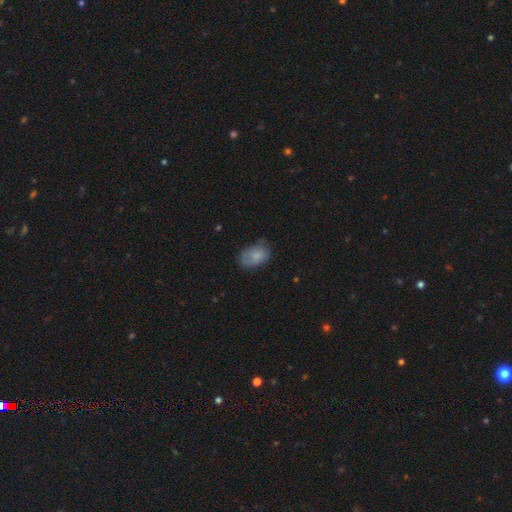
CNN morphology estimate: Overall: smooth (76%). How rounded: in between (87%). Merging: none (61%; minor disturbance 29%).